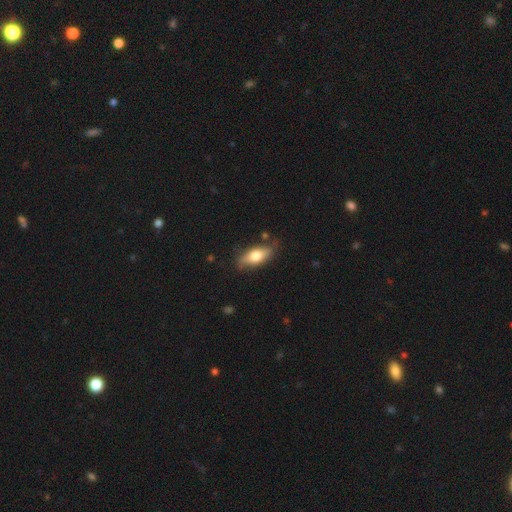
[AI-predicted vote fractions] Overall: smooth (62%; featured or disk 32%). How rounded: in between (76%). Merging: none (75%).